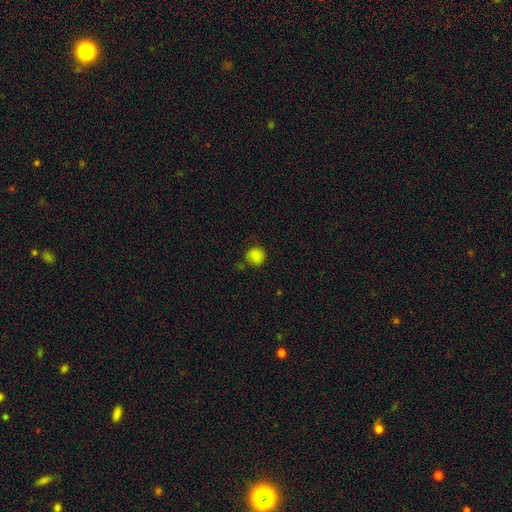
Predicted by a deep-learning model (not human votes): This appears to be a smooth galaxy with no disk features (84%) that is round (89%). Merging: none (77%).